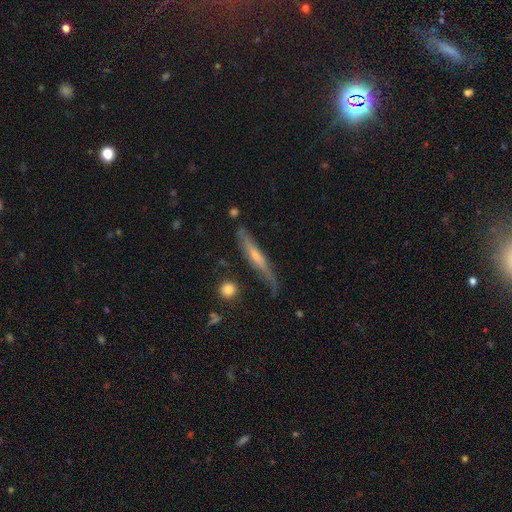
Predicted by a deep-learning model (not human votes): smooth_or_featured: featured or disk (p=0.59) [alt: smooth p=0.34]
disk_edge_on: yes (p=0.85) [alt: no p=0.15]
edge_on_bulge: rounded (p=0.49) [alt: none p=0.43]
merging: none (p=0.62) [alt: minor disturbance p=0.26]